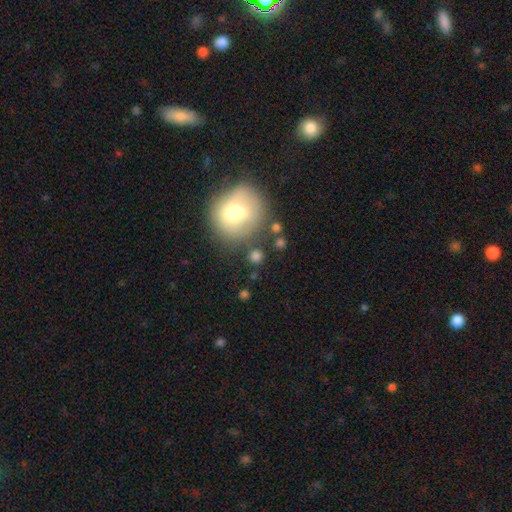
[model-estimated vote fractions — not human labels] Smooth or featured: smooth — 75% (star or artifact — 14%)
How rounded: round — 83% (in between — 15%)
Merging: none — 63% (merger — 18%)